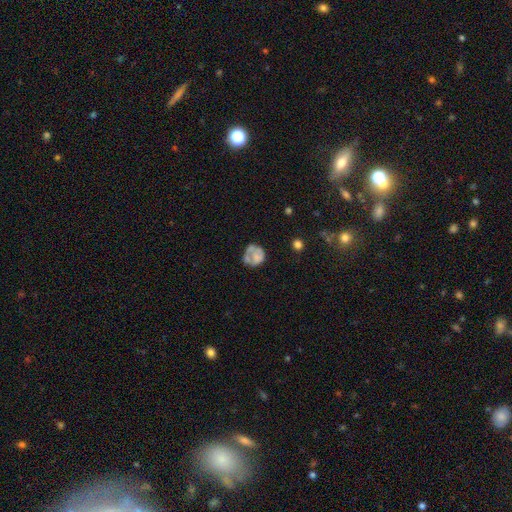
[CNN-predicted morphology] Smooth or featured? smooth (56%)
How rounded? round (74%)
Merging? none (44%)